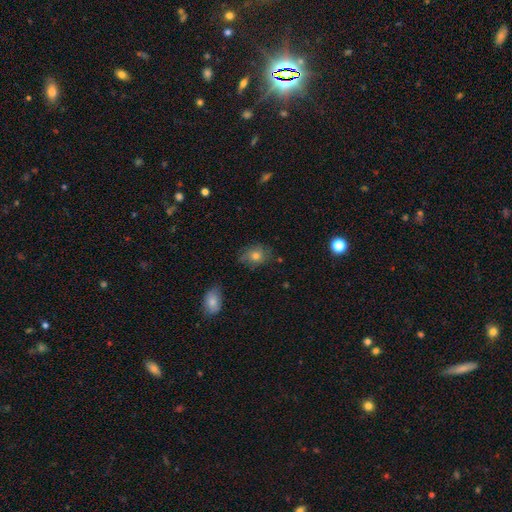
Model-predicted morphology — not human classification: A smooth galaxy with no disk features (62%) that is in between round and cigar-shaped (51%).

Vote fractions:
- Smooth or featured? smooth: 62% / featured or disk: 25% / star or artifact: 13%
- How rounded? in between: 51% / round: 48% / cigar-shaped: 1%
- Merging? none: 68% / minor disturbance: 23% / major disturbance: 8% / merger: 2%